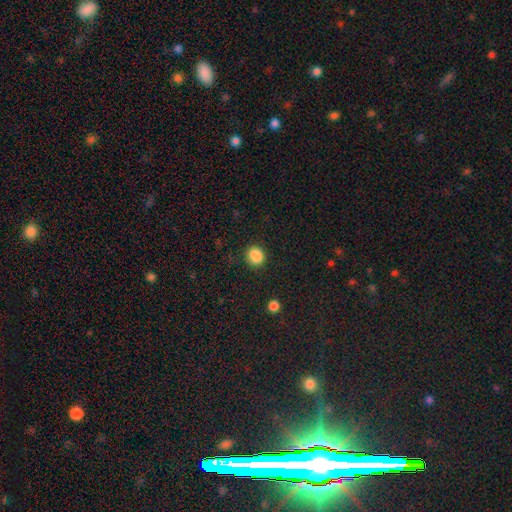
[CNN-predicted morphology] smooth_or_featured: smooth (p=0.87) [alt: star or artifact p=0.10]
how_rounded: round (p=0.74) [alt: in between p=0.25]
merging: none (p=0.84) [alt: minor disturbance p=0.10]